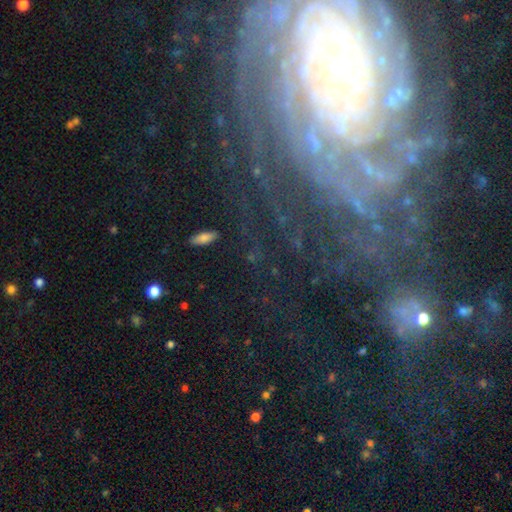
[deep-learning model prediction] Morphology: type=featured or disk (74%); edge-on=no (95%); bar=no (62%); spiral arms=yes (92%); winding=tight (76%); arm count=can't tell (29%); bulge=small (74%); merging=none (71%).